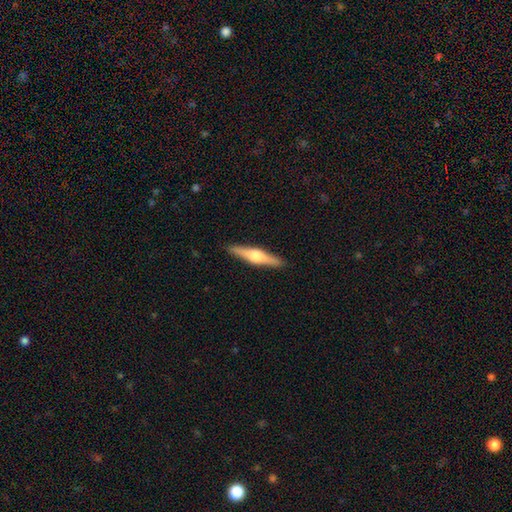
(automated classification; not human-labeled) A featured or disk galaxy (65%) viewed edge-on (98%) with a rounded central bulge (89%).

Vote fractions:
- Smooth or featured? featured or disk: 65% / smooth: 30% / star or artifact: 5%
- Edge-on disk? yes: 98% / no: 2%
- Edge-on bulge? rounded: 89% / boxy: 8% / none: 3%
- Merging? none: 91% / minor disturbance: 6% / major disturbance: 1% / merger: 1%